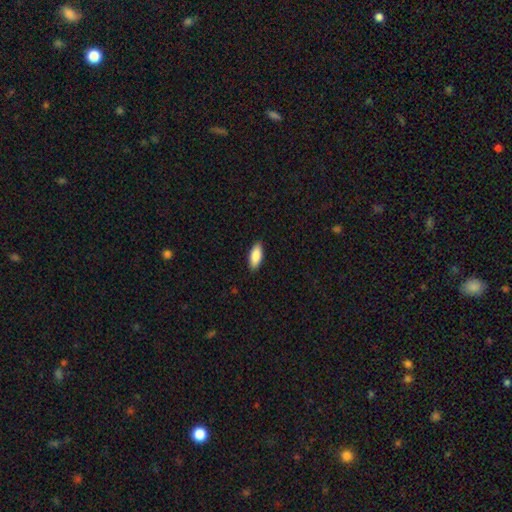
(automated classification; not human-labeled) smooth-or-featured: smooth: 89% | star or artifact: 6% | featured or disk: 6%
  how-rounded: in between: 84% | cigar-shaped: 14% | round: 2%
  merging: none: 89% | minor disturbance: 8% | major disturbance: 2% | merger: 1%